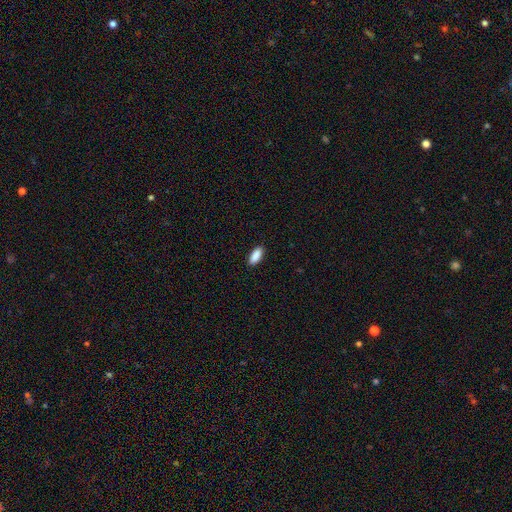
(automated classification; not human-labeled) Morphology: type=smooth (90%); roundness=in between (82%); merging=none (89%).